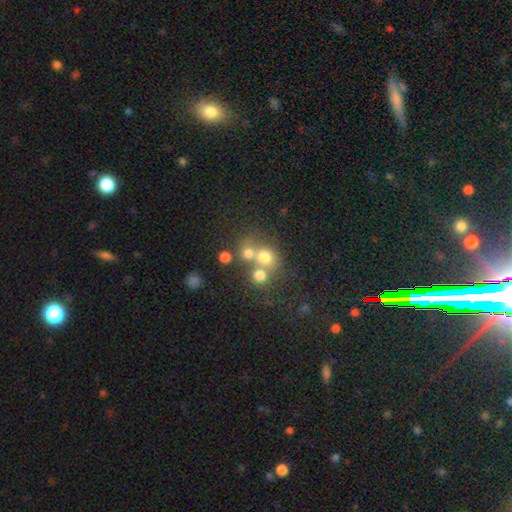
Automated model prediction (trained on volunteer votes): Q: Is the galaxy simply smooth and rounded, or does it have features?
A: smooth — 58%.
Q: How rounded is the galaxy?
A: round — 81%.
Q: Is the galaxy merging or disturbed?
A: merger — 47%.